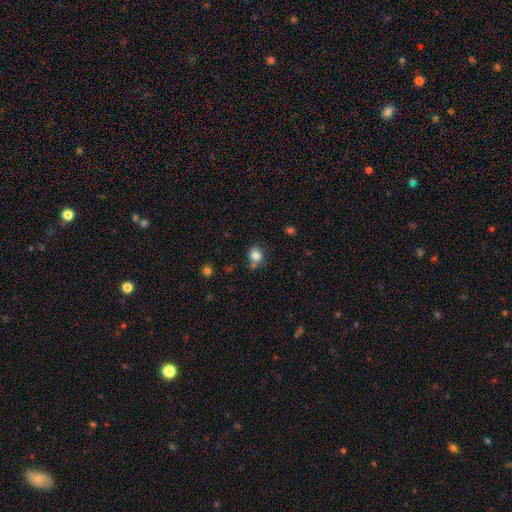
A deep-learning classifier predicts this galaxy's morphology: smooth-or-featured: smooth: 82% | star or artifact: 11% | featured or disk: 7%
  how-rounded: round: 74% | in between: 25% | cigar-shaped: 1%
  merging: none: 64% | minor disturbance: 17% | merger: 14% | major disturbance: 5%